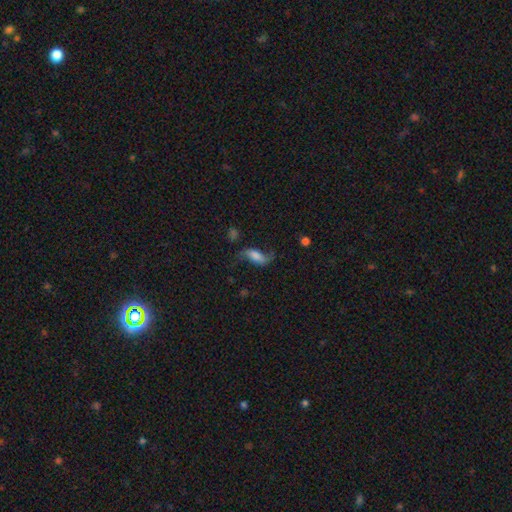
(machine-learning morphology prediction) Smooth or featured?
  - featured or disk: 58% *
  - smooth: 33%
  - star or artifact: 9%
Edge-on disk?
  - no: 89% *
  - yes: 11%
Bar?
  - no: 43% *
  - weak: 34%
  - strong: 23%
Spiral arms?
  - yes: 90% *
  - no: 10%
Bulge size?
  - large: 26% *
  - moderate: 25%
  - none: 21%
  - small: 20%
  - dominant: 8%
Merging?
  - none: 62% *
  - minor disturbance: 20%
  - major disturbance: 15%
  - merger: 3%